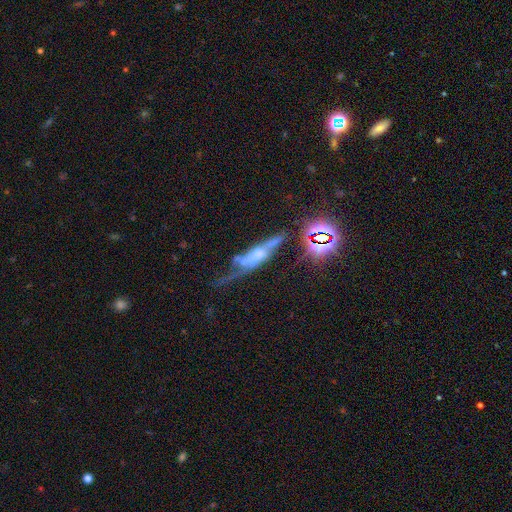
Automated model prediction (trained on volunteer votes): The model was most divided on "merging": none: 34%, major disturbance: 30%, minor disturbance: 23%, merger: 13%. More confident: edge-on disk — yes (60%); smooth or featured — featured or disk (59%).